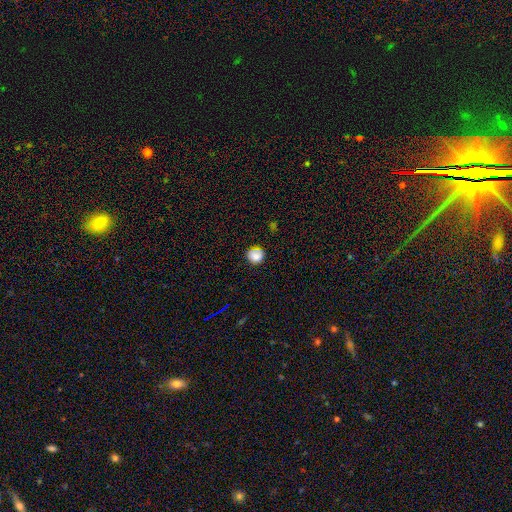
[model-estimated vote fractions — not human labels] The model was most divided on "merging": none: 79%, minor disturbance: 15%, major disturbance: 4%, merger: 2%. More confident: how rounded — round (88%); smooth or featured — smooth (80%).